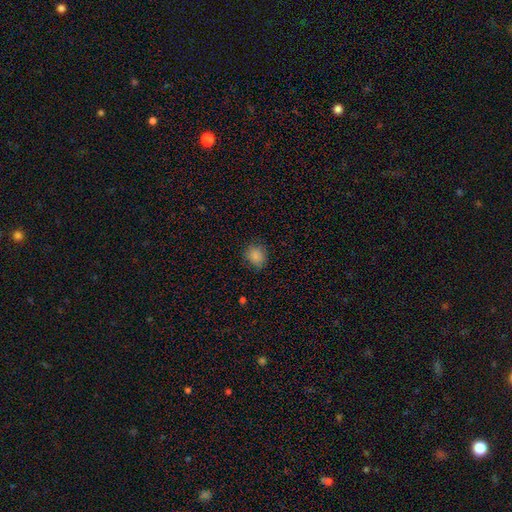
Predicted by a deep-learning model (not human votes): This appears to be a smooth galaxy with no disk features (85%) that is round (71%). Merging: none (80%).